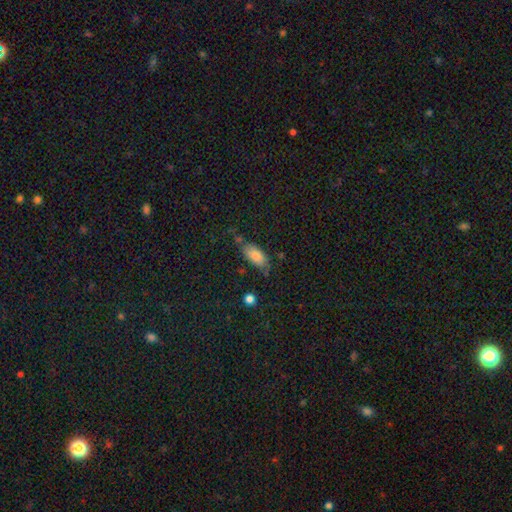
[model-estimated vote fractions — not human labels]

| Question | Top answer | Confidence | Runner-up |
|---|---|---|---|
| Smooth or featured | smooth | 82% | featured or disk (10%) |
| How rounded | in between | 86% | cigar-shaped (11%) |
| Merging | none | 62% | minor disturbance (25%) |